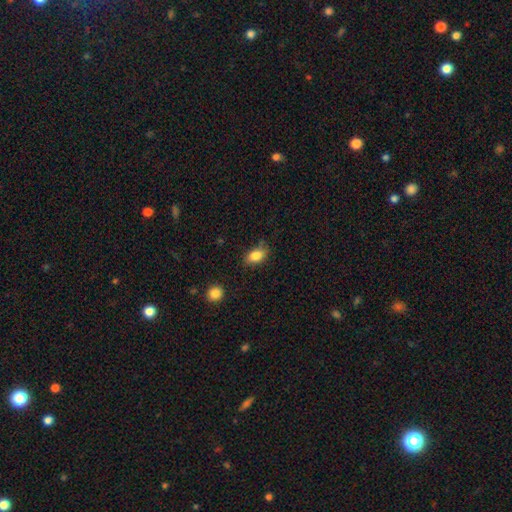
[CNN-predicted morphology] Smooth or featured?
  - smooth: 84% *
  - star or artifact: 8%
  - featured or disk: 7%
How rounded?
  - in between: 87% *
  - round: 10%
  - cigar-shaped: 3%
Merging?
  - none: 75% *
  - minor disturbance: 19%
  - major disturbance: 4%
  - merger: 2%